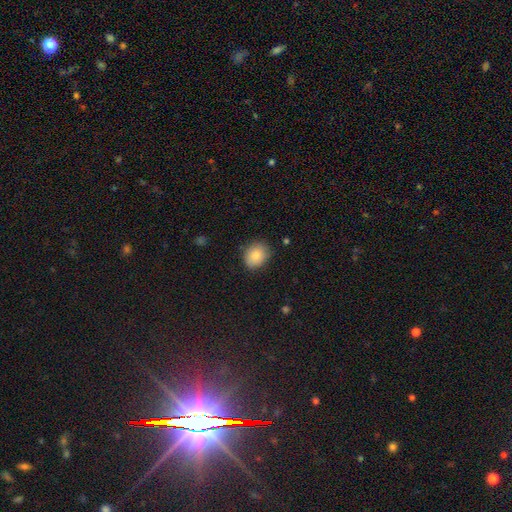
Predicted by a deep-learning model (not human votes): This is clearly a smooth galaxy (86%). How rounded: possibly round (58%). Merging: clearly none (83%).